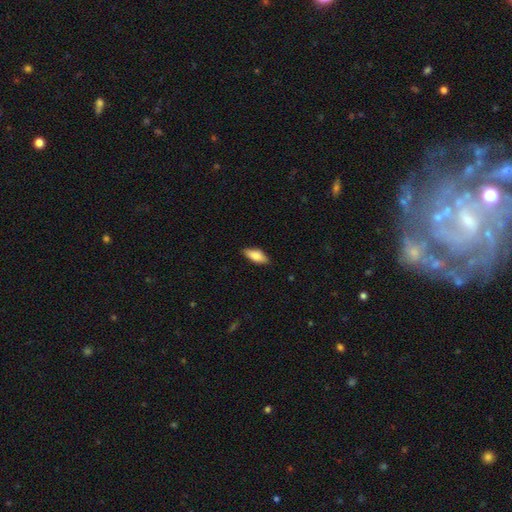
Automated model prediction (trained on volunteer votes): This is clearly a smooth galaxy (81%). How rounded: likely in between (77%). Merging: clearly none (85%).